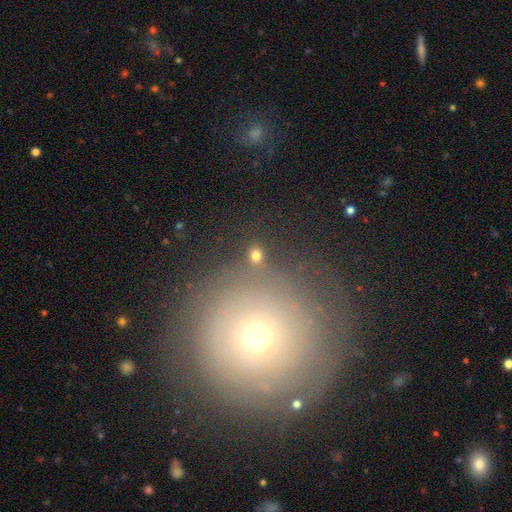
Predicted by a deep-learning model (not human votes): Smooth or featured?
  - smooth: 75% *
  - star or artifact: 18%
  - featured or disk: 6%
How rounded?
  - round: 63% *
  - in between: 35%
  - cigar-shaped: 2%
Merging?
  - none: 81% *
  - minor disturbance: 8%
  - merger: 6%
  - major disturbance: 4%